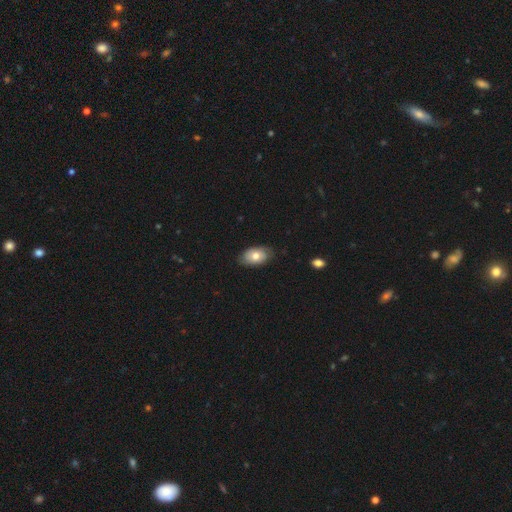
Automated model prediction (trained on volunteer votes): Q: Smooth or featured?
A: smooth (67%); runner-up: featured or disk (26%)
Q: How rounded?
A: in between (91%); runner-up: round (8%)
Q: Merging?
A: none (78%); runner-up: minor disturbance (18%)